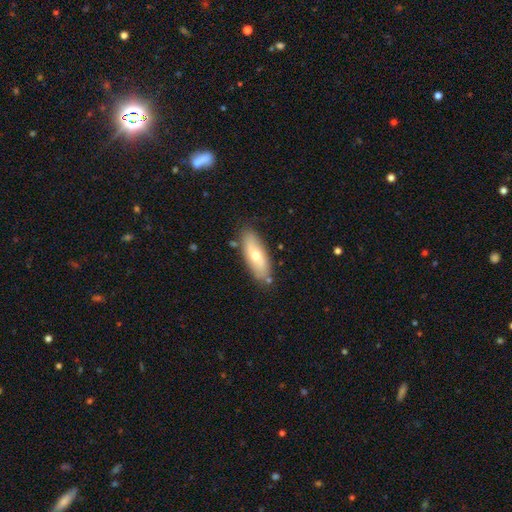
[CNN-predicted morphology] smooth-or-featured: smooth: 60% | featured or disk: 34% | star or artifact: 6%
  how-rounded: in between: 70% | cigar-shaped: 28% | round: 2%
  merging: none: 82% | minor disturbance: 12% | merger: 3% | major disturbance: 2%